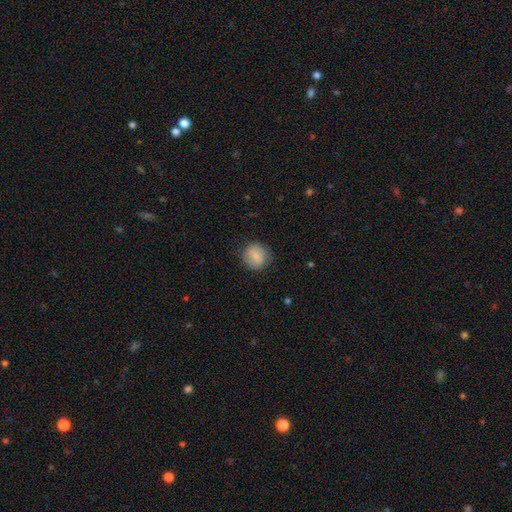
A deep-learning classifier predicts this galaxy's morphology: smooth_or_featured: smooth (p=0.84) [alt: featured or disk p=0.08]
how_rounded: round (p=0.88) [alt: in between p=0.11]
merging: none (p=0.84) [alt: minor disturbance p=0.12]